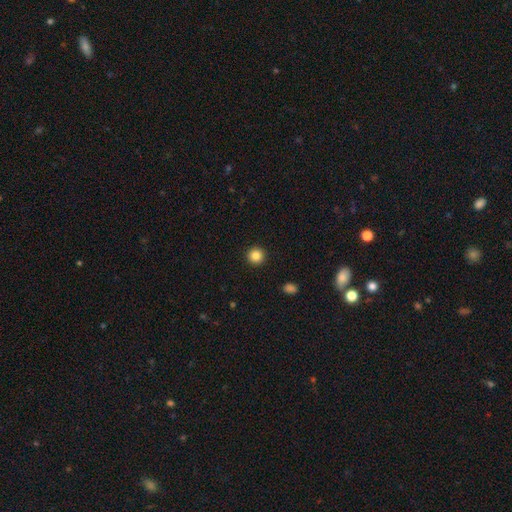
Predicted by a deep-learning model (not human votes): A smooth galaxy with no disk features (85%) that is round (95%).

Vote fractions:
- Smooth or featured? smooth: 85% / star or artifact: 10% / featured or disk: 4%
- How rounded? round: 95% / in between: 4% / cigar-shaped: 1%
- Merging? none: 93% / minor disturbance: 4% / major disturbance: 2% / merger: 1%